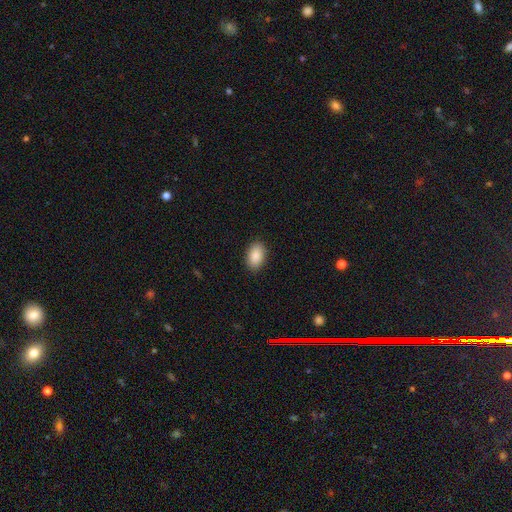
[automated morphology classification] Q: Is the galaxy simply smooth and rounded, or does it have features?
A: smooth — 89%.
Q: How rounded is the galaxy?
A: in between — 92%.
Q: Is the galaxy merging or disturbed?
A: none — 89%.